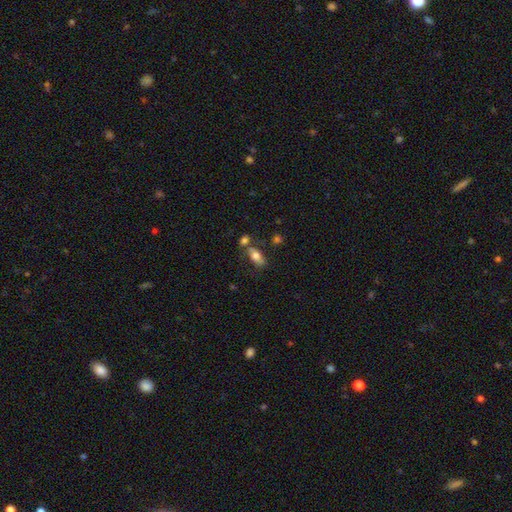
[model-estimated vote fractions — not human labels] This appears to be a smooth galaxy with no disk features (69%) that is in between round and cigar-shaped (84%). Merging: none (52%).